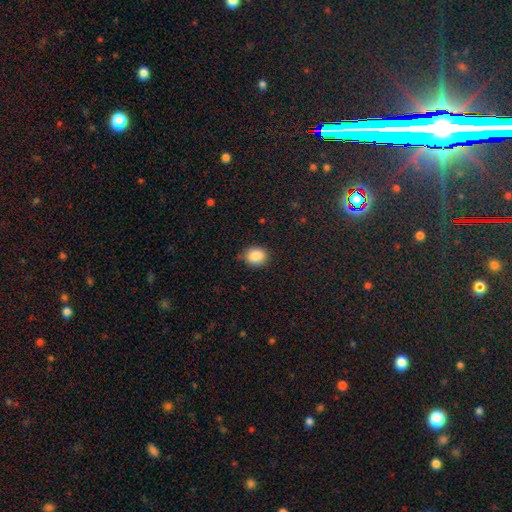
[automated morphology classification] smooth_or_featured: smooth (p=0.88) [alt: star or artifact p=0.09]
how_rounded: round (p=0.66) [alt: in between p=0.34]
merging: none (p=0.84) [alt: minor disturbance p=0.12]